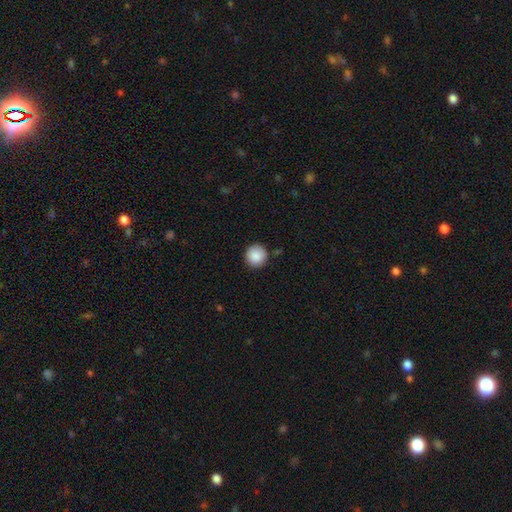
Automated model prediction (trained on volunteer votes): Smooth or featured? Predicted: smooth (p=0.89). How rounded? Predicted: round (p=0.94). Merging? Predicted: none (p=0.89).